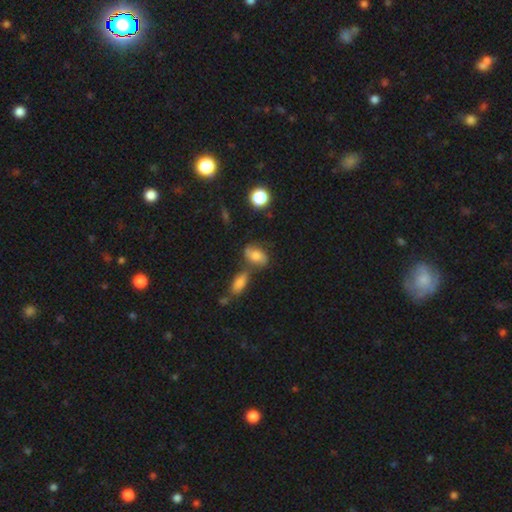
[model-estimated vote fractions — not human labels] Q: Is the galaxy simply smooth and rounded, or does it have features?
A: smooth — 55%.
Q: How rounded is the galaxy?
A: in between — 81%.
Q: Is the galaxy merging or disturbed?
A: none — 49%.